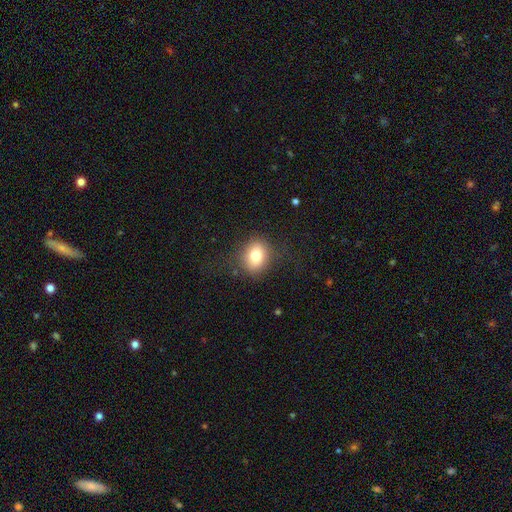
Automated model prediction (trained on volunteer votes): Smooth or featured?
  - smooth: 78% *
  - featured or disk: 12%
  - star or artifact: 10%
How rounded?
  - round: 50% *
  - in between: 49%
  - cigar-shaped: 1%
Merging?
  - none: 81% *
  - minor disturbance: 12%
  - major disturbance: 6%
  - merger: 1%